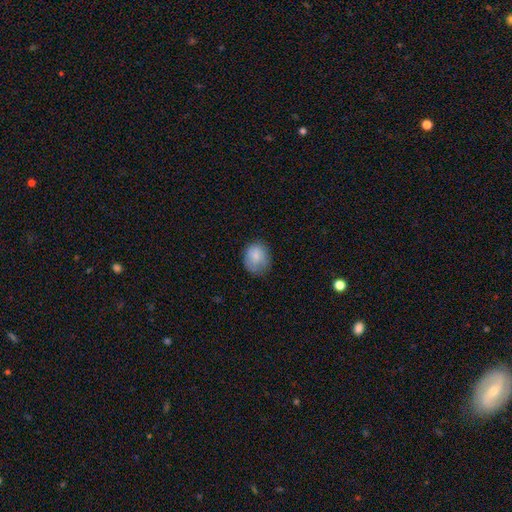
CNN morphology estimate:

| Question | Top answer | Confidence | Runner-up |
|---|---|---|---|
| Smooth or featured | smooth | 82% | featured or disk (10%) |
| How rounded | round | 63% | in between (36%) |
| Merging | none | 68% | minor disturbance (24%) |